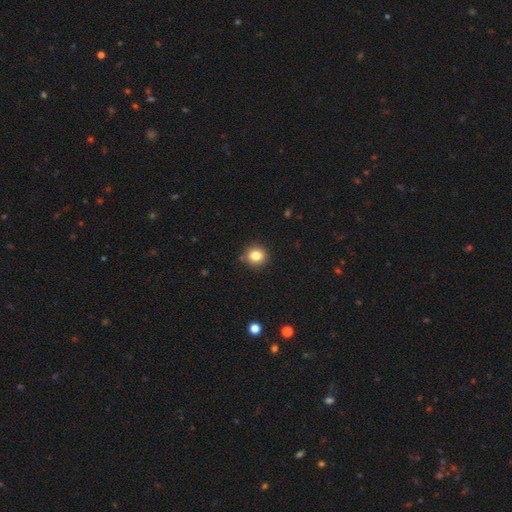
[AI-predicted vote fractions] The model was most divided on "smooth or featured": smooth: 81%, star or artifact: 12%, featured or disk: 7%. More confident: how rounded — round (88%); merging — none (87%).